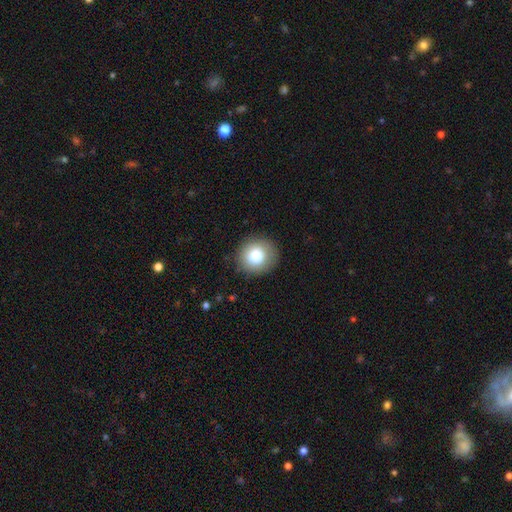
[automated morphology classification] A smooth galaxy with no disk features (82%) that is round (89%). Merging: none (88%).